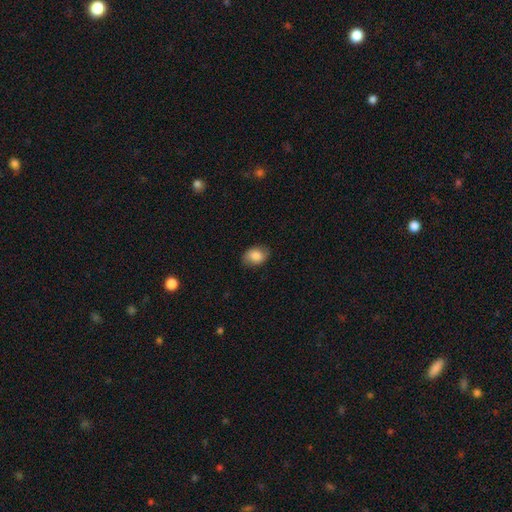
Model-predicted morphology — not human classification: The model was most divided on "how rounded": in between: 73%, round: 26%, cigar-shaped: 1%. More confident: smooth or featured — smooth (81%); merging — none (81%).